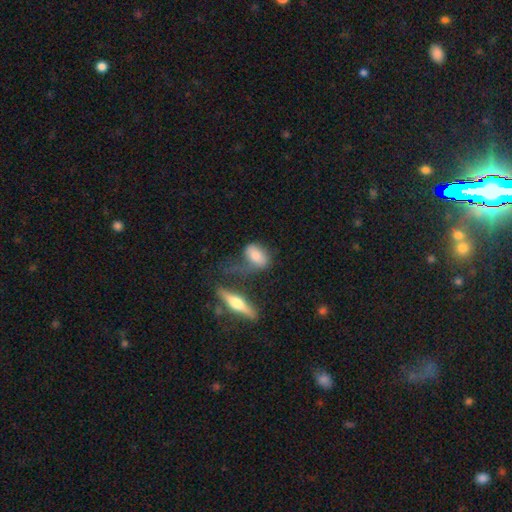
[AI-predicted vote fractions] smooth-or-featured: smooth: 69% | featured or disk: 23% | star or artifact: 8%
  how-rounded: in between: 81% | round: 11% | cigar-shaped: 8%
  merging: none: 49% | minor disturbance: 22% | merger: 16% | major disturbance: 14%